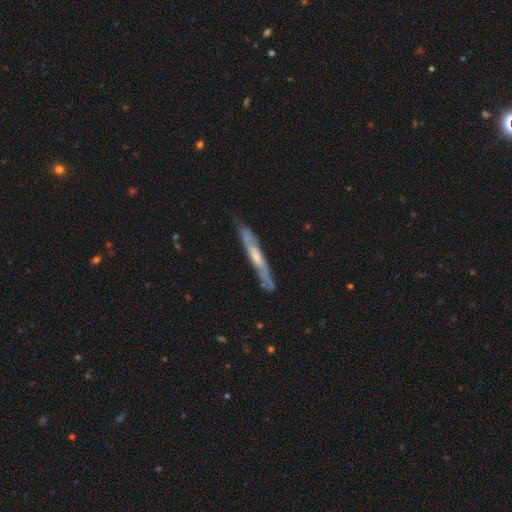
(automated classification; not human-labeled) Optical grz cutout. It shows a featured or disk galaxy (65%) viewed edge-on (80%) with no central bulge (52%). Merging: none (77%).